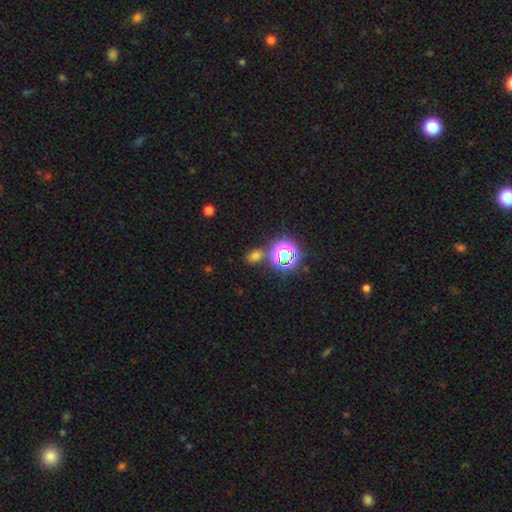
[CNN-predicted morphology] type=smooth (62%); roundness=in between (63%); merging=none (72%).